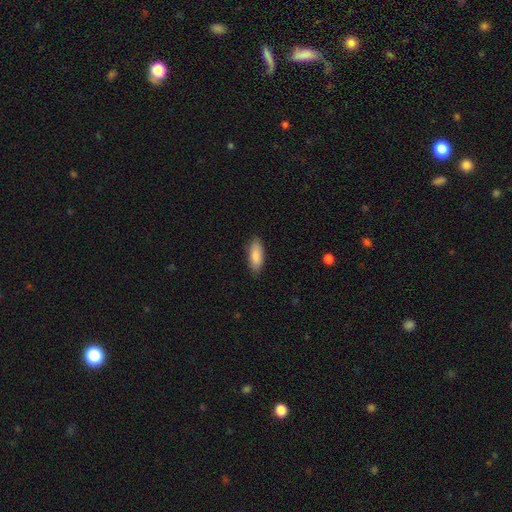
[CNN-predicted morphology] A smooth galaxy with no disk features (86%) that is in between round and cigar-shaped (75%). Merging: none (87%).